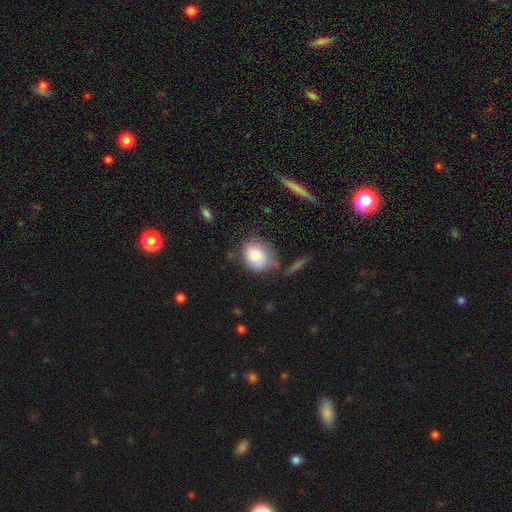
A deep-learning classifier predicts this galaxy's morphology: A smooth galaxy with no disk features (84%) that is in between round and cigar-shaped (55%).

Vote fractions:
- Smooth or featured? smooth: 84% / featured or disk: 8% / star or artifact: 7%
- How rounded? in between: 55% / round: 44% / cigar-shaped: 1%
- Merging? none: 49% / minor disturbance: 28% / major disturbance: 13% / merger: 10%